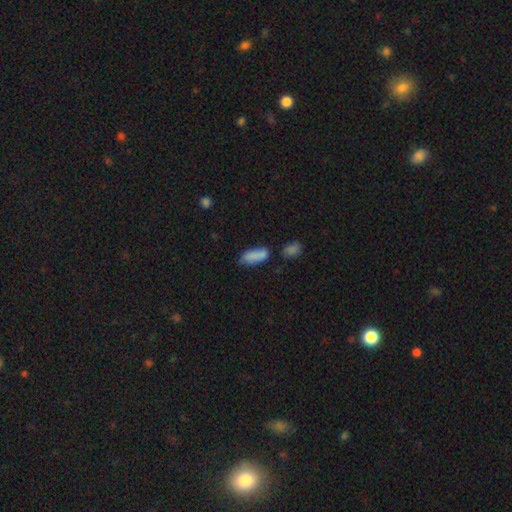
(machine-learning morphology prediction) Smooth or featured? smooth (83%)
How rounded? in between (69%)
Merging? none (54%)